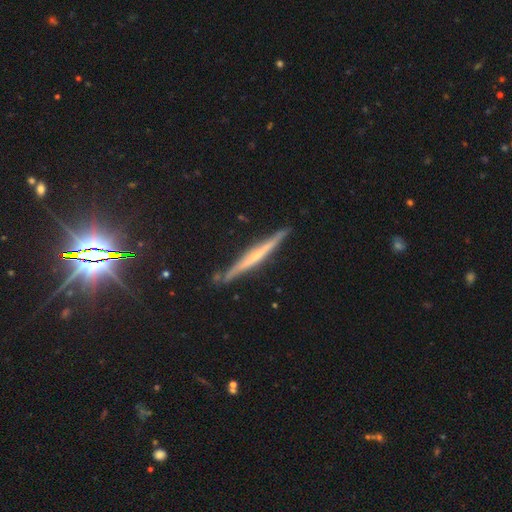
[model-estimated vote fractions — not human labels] Overall: featured or disk (68%). Edge-on disk: yes (97%). Edge-on bulge: none (54%; rounded 35%). Merging: none (87%).